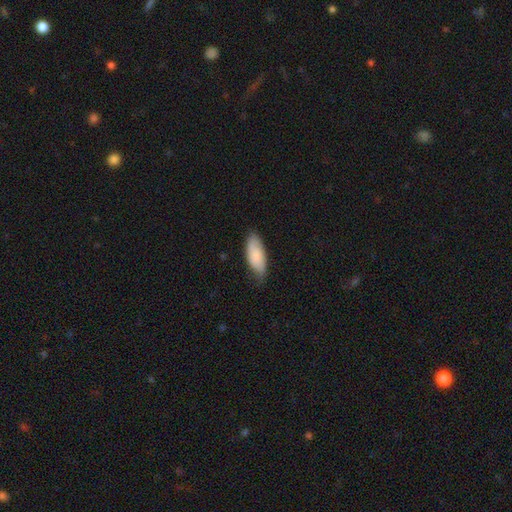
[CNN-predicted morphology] type=smooth (84%); roundness=in between (82%); merging=none (67%).